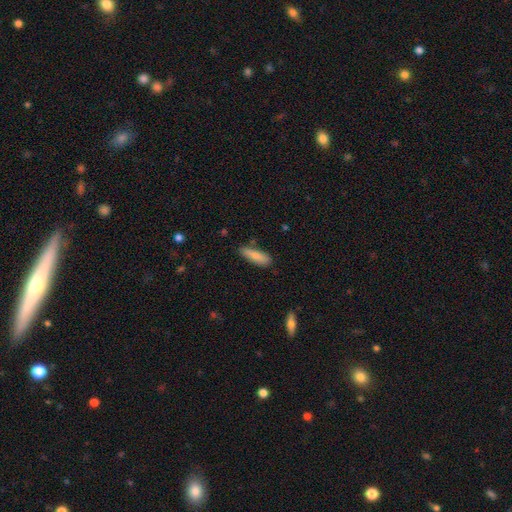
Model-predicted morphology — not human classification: Smooth or featured?
  - smooth: 79% *
  - featured or disk: 14%
  - star or artifact: 6%
How rounded?
  - cigar-shaped: 56% *
  - in between: 42%
  - round: 2%
Merging?
  - none: 78% *
  - minor disturbance: 16%
  - major disturbance: 3%
  - merger: 3%